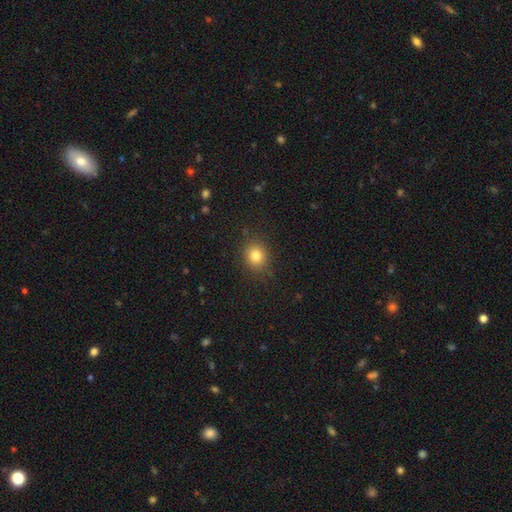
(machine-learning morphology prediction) A smooth galaxy with no disk features (82%) that is round (71%).

Vote fractions:
- Smooth or featured? smooth: 82% / star or artifact: 12% / featured or disk: 6%
- How rounded? round: 71% / in between: 28% / cigar-shaped: 1%
- Merging? none: 87% / minor disturbance: 9% / major disturbance: 3% / merger: 1%